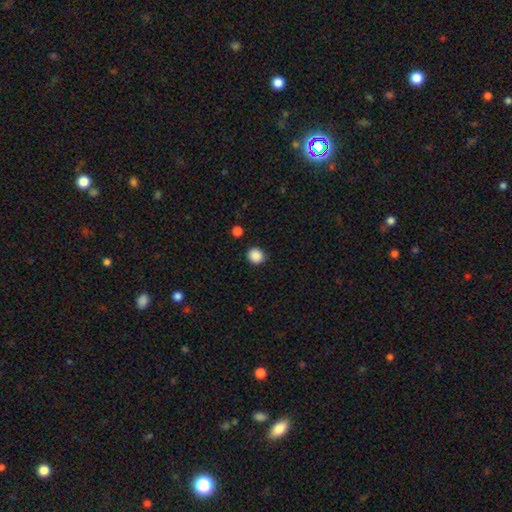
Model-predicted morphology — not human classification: This is clearly a smooth galaxy (88%). How rounded: clearly round (88%). Merging: clearly none (90%).